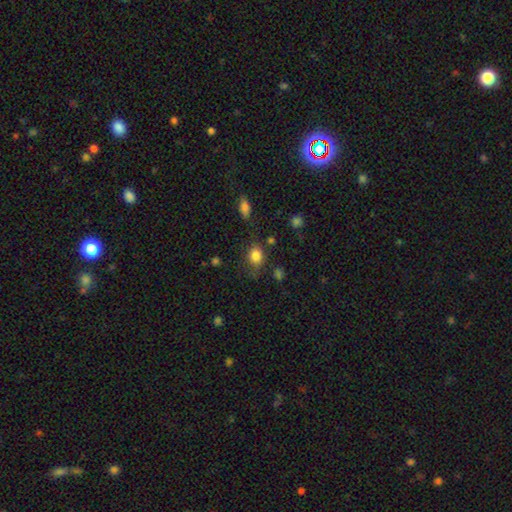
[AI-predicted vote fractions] Overall: smooth (83%). How rounded: in between (51%; round 48%). Merging: none (67%).